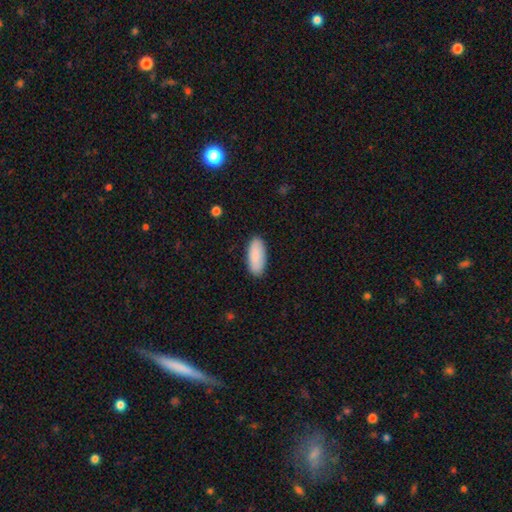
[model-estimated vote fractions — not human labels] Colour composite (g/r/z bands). It shows a smooth galaxy with no disk features (90%) that is in between round and cigar-shaped (85%). Merging: none (87%).